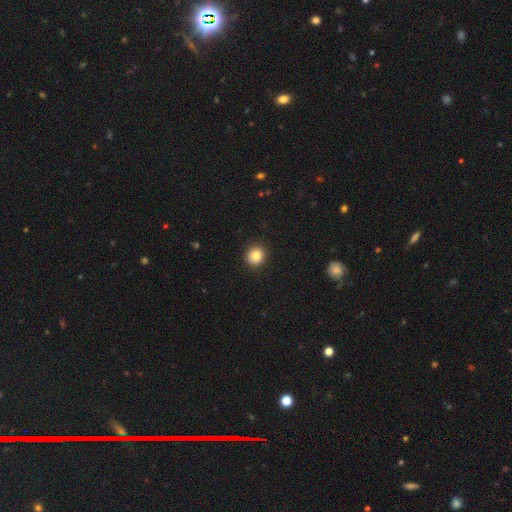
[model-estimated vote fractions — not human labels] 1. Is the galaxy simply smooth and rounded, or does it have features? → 84% smooth, 10% star or artifact, 6% featured or disk.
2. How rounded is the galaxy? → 89% round, 10% in between, 1% cigar-shaped.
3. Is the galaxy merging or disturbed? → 92% none, 5% minor disturbance, 2% major disturbance, 1% merger.